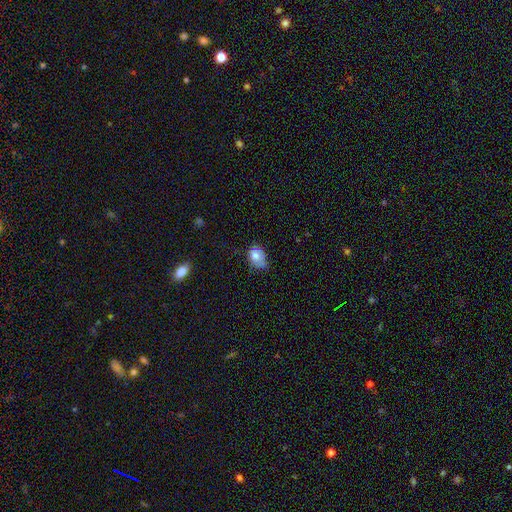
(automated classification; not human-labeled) Overall: smooth (74%). How rounded: in between (70%). Merging: minor disturbance (44%; none 39%).